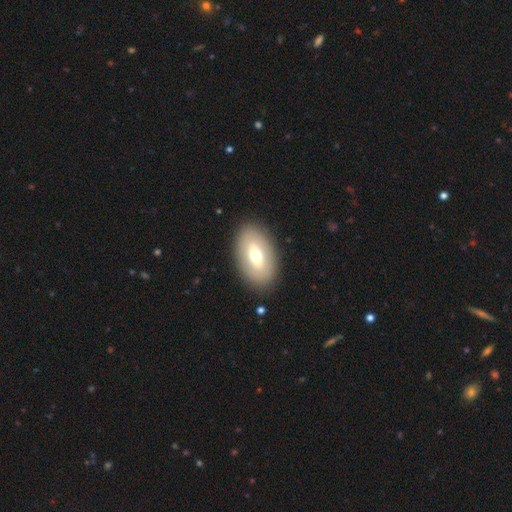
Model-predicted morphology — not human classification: This is likely a smooth galaxy (60%). How rounded: clearly in between (93%). Merging: clearly none (87%).